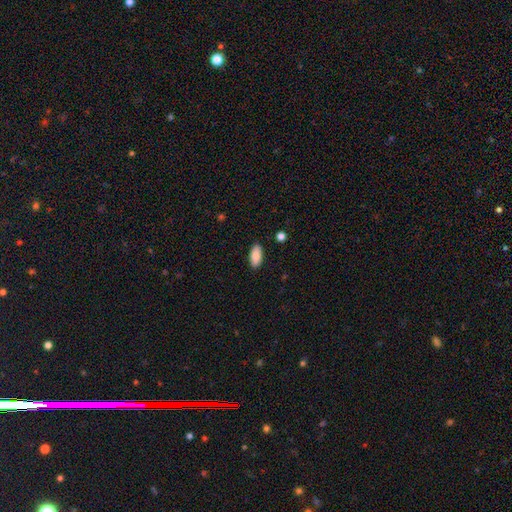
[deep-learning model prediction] Q: Smooth or featured?
A: smooth (88%); runner-up: star or artifact (6%)
Q: How rounded?
A: in between (90%); runner-up: cigar-shaped (8%)
Q: Merging?
A: none (89%); runner-up: minor disturbance (8%)